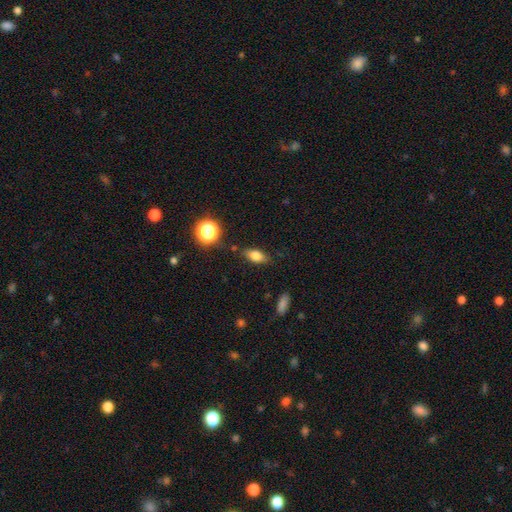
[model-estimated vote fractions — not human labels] Q: Smooth or featured?
A: smooth (76%); runner-up: featured or disk (13%)
Q: How rounded?
A: in between (78%); runner-up: cigar-shaped (12%)
Q: Merging?
A: none (80%); runner-up: minor disturbance (14%)